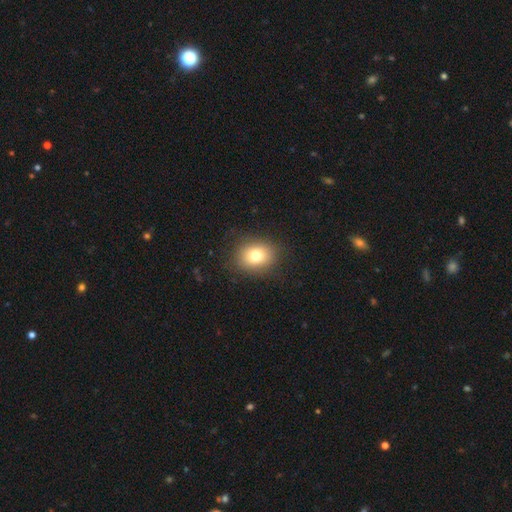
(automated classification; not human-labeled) Overall: smooth (78%). How rounded: round (53%; in between 46%). Merging: none (86%).